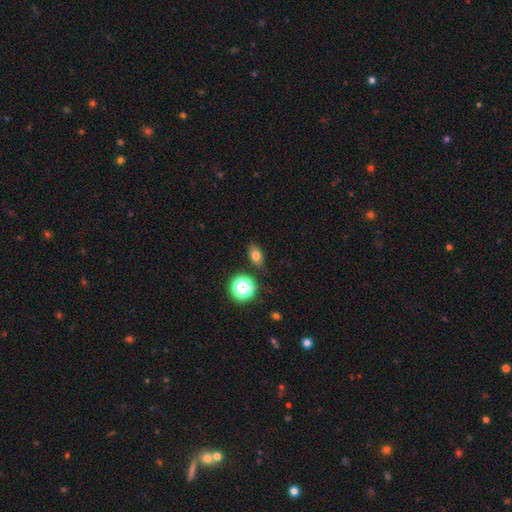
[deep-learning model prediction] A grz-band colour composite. It shows a smooth galaxy with no disk features (73%) that is in between round and cigar-shaped (78%). Merging: none (83%).